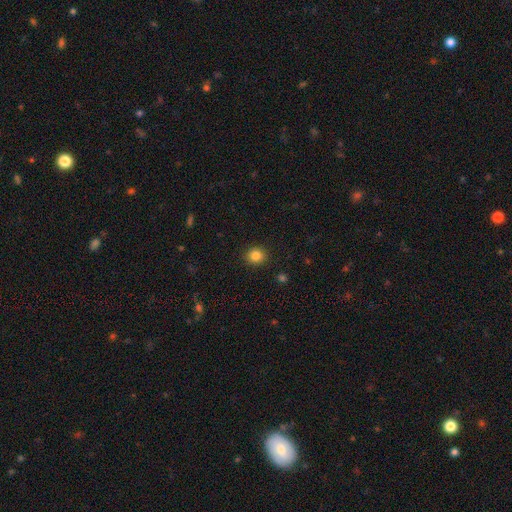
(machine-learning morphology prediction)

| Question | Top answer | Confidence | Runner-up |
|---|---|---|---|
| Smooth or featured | smooth | 84% | star or artifact (11%) |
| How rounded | round | 86% | in between (13%) |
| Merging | none | 91% | minor disturbance (6%) |